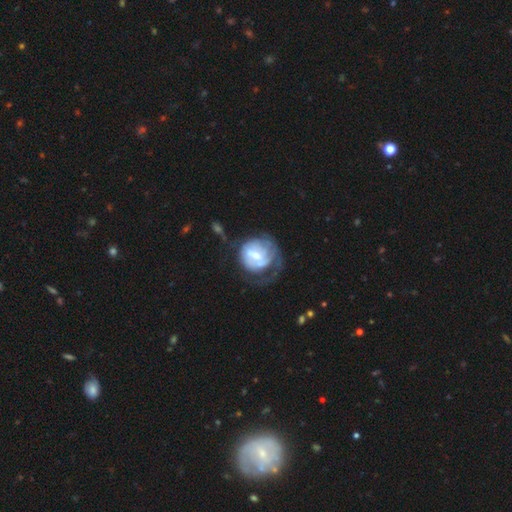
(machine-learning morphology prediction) Smooth or featured? Predicted: featured or disk (p=0.65). Edge-on disk? Predicted: no (p=0.97). Bar? Predicted: weak (p=0.47). Spiral arms? Predicted: yes (p=0.67). Bulge size? Predicted: moderate (p=0.45). Merging? Predicted: major disturbance (p=0.39).